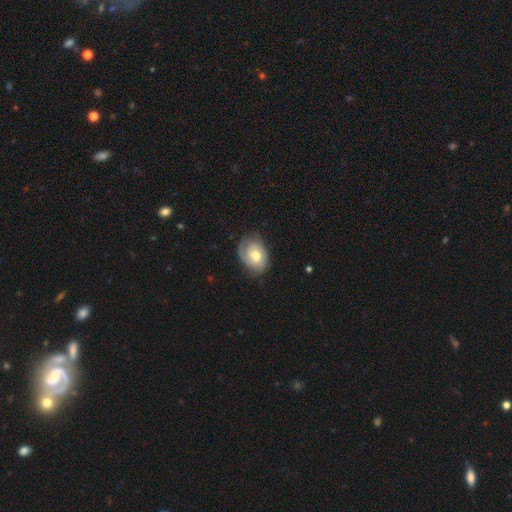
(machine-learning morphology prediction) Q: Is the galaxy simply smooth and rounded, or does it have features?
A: featured or disk — 60%.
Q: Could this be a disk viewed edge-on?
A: no — 96%.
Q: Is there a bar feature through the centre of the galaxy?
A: no — 76%.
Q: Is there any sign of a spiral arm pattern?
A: yes — 84%.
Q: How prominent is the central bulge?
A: moderate — 72%.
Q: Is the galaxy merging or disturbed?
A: none — 68%.